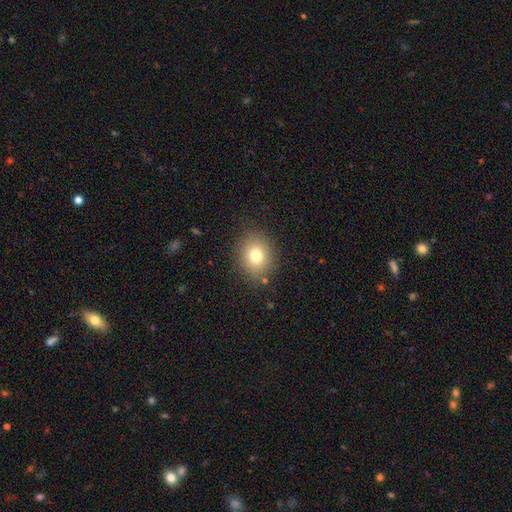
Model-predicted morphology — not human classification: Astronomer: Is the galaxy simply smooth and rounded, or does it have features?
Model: smooth — 77%.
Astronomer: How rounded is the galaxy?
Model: round — 62% (runner-up: in between, 37%).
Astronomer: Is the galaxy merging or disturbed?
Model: none — 85%.